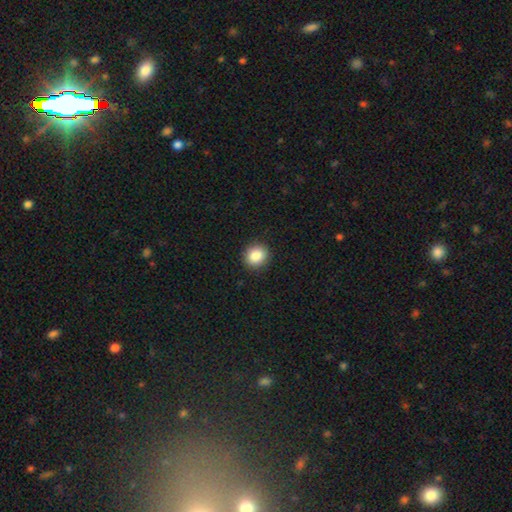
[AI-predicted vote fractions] Smooth or featured?
  - smooth: 87% *
  - star or artifact: 9%
  - featured or disk: 4%
How rounded?
  - round: 83% *
  - in between: 16%
  - cigar-shaped: 1%
Merging?
  - none: 91% *
  - minor disturbance: 6%
  - major disturbance: 2%
  - merger: 1%